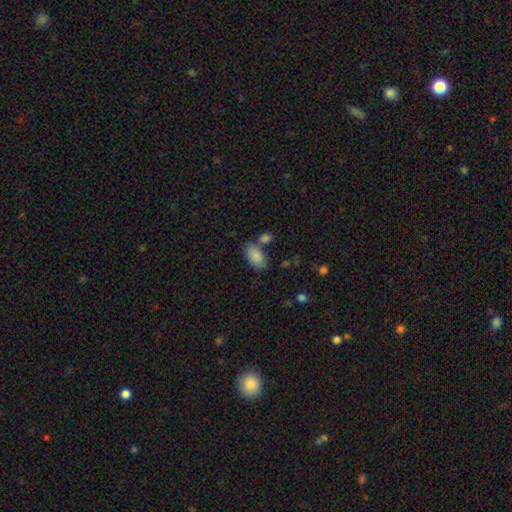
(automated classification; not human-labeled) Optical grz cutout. It shows a smooth galaxy with no disk features (86%) that is in between round and cigar-shaped (93%). Merging: none (63%).